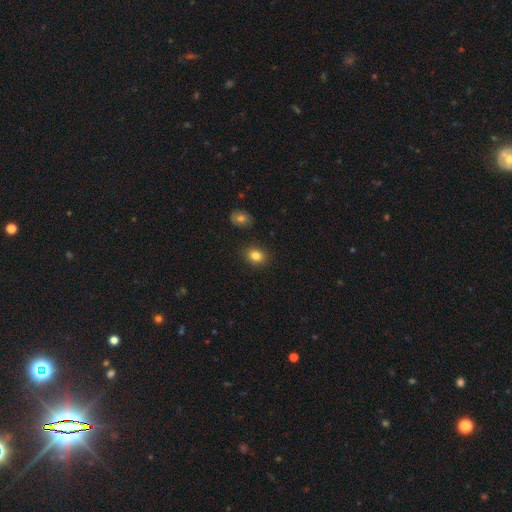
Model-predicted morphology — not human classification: smooth_or_featured: smooth (p=0.83) [alt: star or artifact p=0.10]
how_rounded: round (p=0.53) [alt: in between p=0.46]
merging: none (p=0.87) [alt: minor disturbance p=0.09]